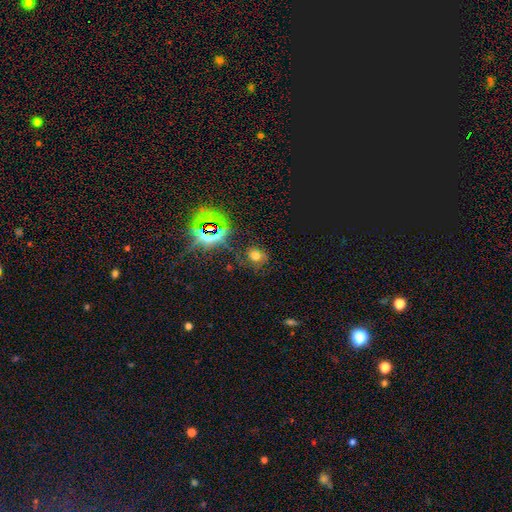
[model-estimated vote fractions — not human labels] Smooth or featured: smooth — 56% (star or artifact — 33%)
How rounded: round — 68% (in between — 31%)
Merging: none — 72% (minor disturbance — 17%)